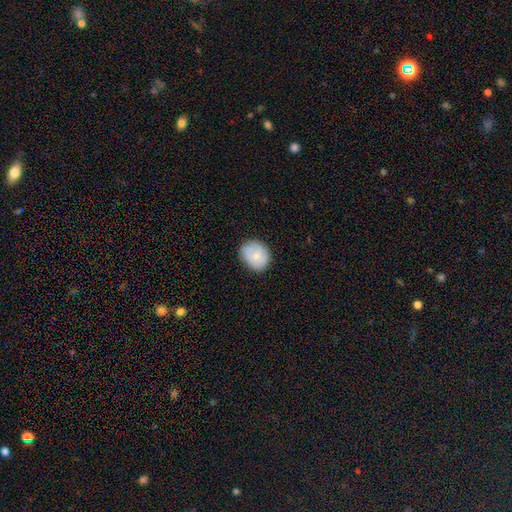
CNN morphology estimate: Q: Smooth or featured?
A: smooth (74%); runner-up: featured or disk (20%)
Q: How rounded?
A: round (58%); runner-up: in between (41%)
Q: Merging?
A: none (81%); runner-up: minor disturbance (15%)